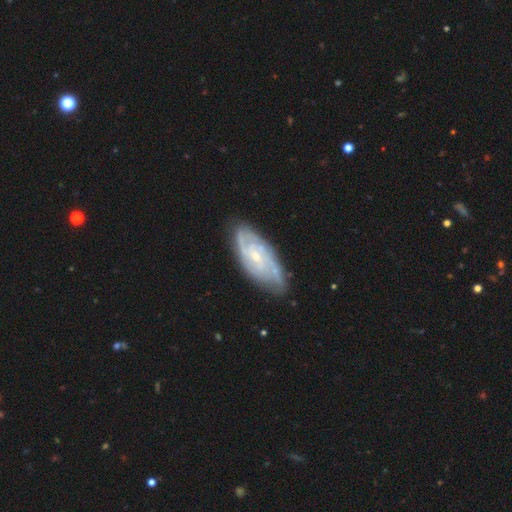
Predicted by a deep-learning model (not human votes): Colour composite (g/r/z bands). It shows a featured or disk galaxy (80%) with no bar (60%), tight (57%) spiral arms (94%) and a small central bulge (69%). Merging: none (77%).